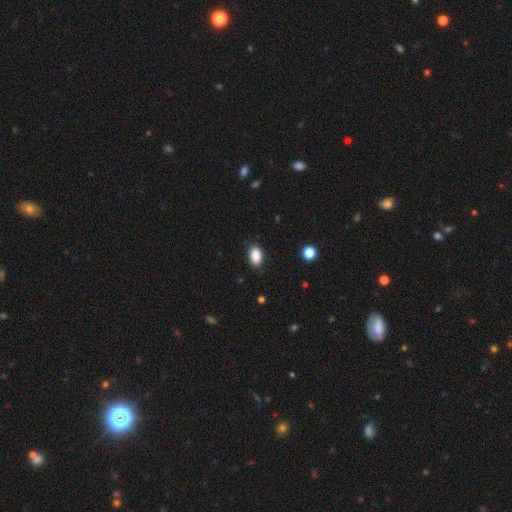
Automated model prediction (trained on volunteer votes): A smooth galaxy with no disk features (89%) that is in between round and cigar-shaped (88%). Merging: none (85%).